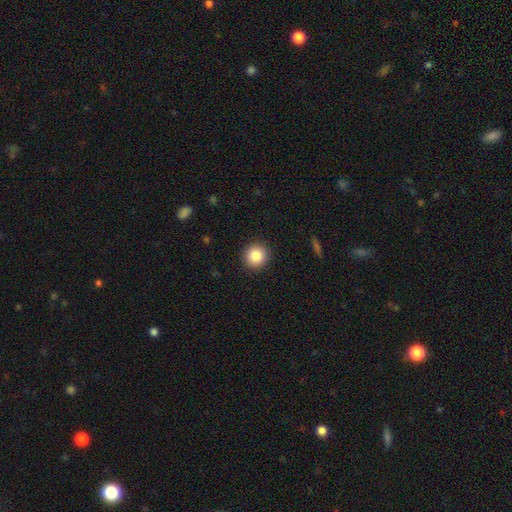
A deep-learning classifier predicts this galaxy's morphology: smooth_or_featured: smooth (p=0.86) [alt: star or artifact p=0.09]
how_rounded: round (p=0.93) [alt: in between p=0.06]
merging: none (p=0.92) [alt: minor disturbance p=0.05]